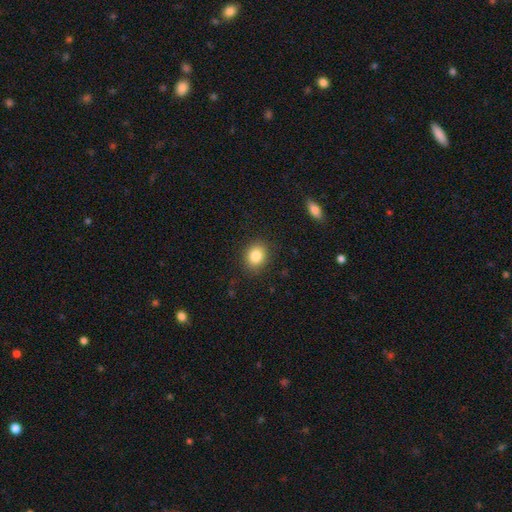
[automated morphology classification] smooth-or-featured: smooth: 84% | star or artifact: 10% | featured or disk: 6%
  how-rounded: round: 61% | in between: 38% | cigar-shaped: 1%
  merging: none: 87% | minor disturbance: 9% | major disturbance: 3% | merger: 1%